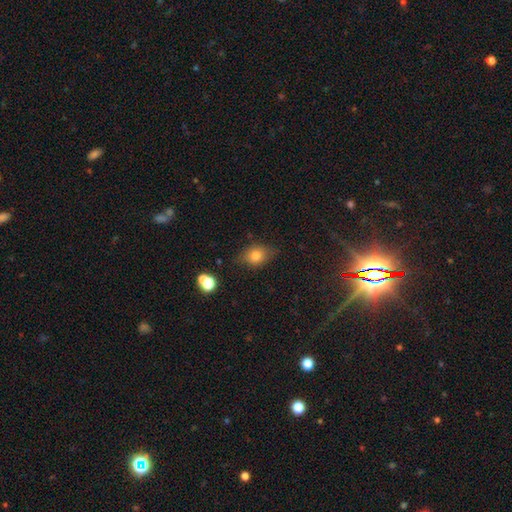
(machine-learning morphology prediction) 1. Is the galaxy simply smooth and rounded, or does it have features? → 77% smooth, 11% featured or disk, 11% star or artifact.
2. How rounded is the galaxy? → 57% in between, 41% round, 2% cigar-shaped.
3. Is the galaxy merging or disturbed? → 70% none, 22% minor disturbance, 5% major disturbance, 3% merger.